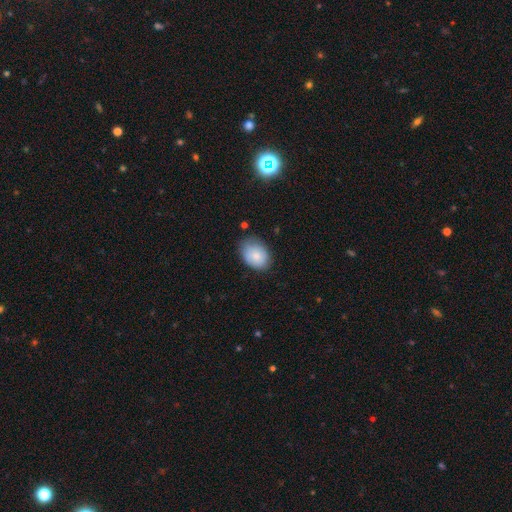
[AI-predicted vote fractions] This appears to be a smooth galaxy with no disk features (84%) that is in between round and cigar-shaped (78%). Merging: none (71%).